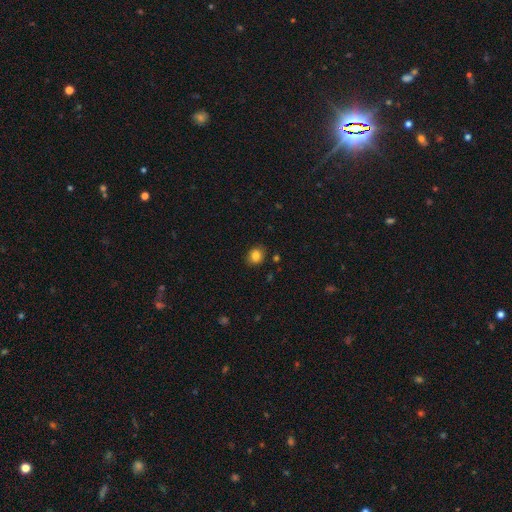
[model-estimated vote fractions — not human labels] A smooth galaxy with no disk features (84%) that is round (65%). Merging: none (86%).